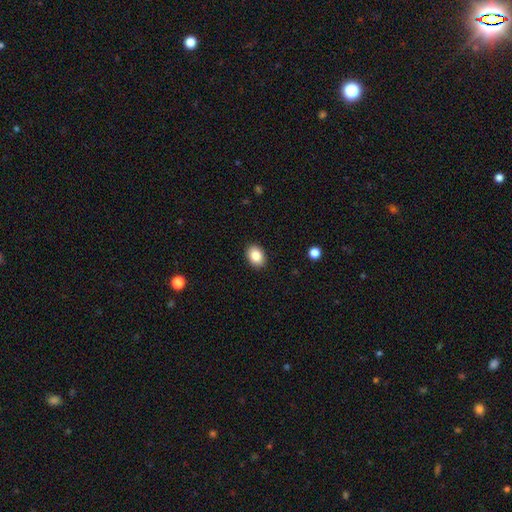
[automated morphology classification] type=smooth (86%); roundness=in between (72%); merging=none (90%).